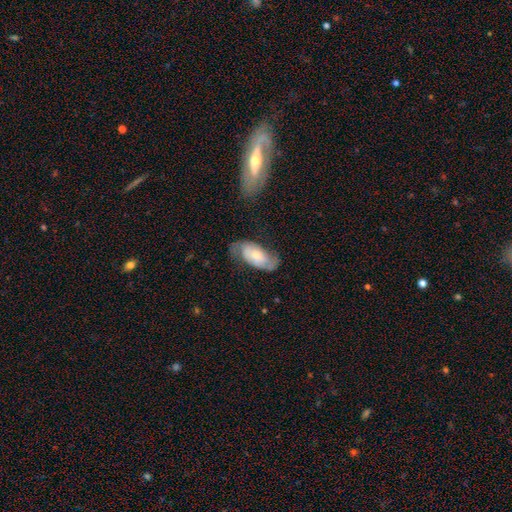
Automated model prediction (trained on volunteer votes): smooth_or_featured: featured or disk (p=0.55) [alt: smooth p=0.38]
disk_edge_on: no (p=0.93) [alt: yes p=0.07]
bar: no (p=0.68) [alt: weak p=0.25]
has_spiral_arms: yes (p=0.80) [alt: no p=0.20]
bulge_size: small (p=0.53) [alt: moderate p=0.40]
merging: none (p=0.58) [alt: minor disturbance p=0.26]